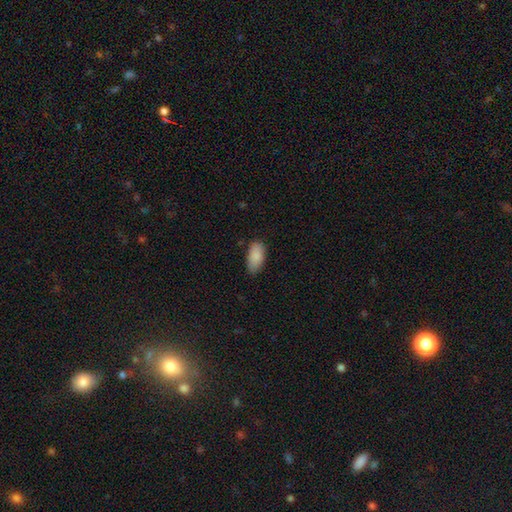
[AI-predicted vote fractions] The model was most divided on "merging": none: 77%, minor disturbance: 19%, major disturbance: 3%, merger: 1%. More confident: how rounded — in between (92%); smooth or featured — smooth (89%).